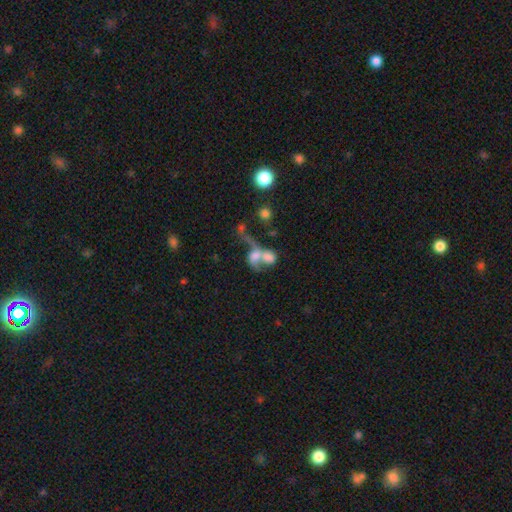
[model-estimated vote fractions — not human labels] This appears to be a featured or disk galaxy (44%). Merging: merger (67%).